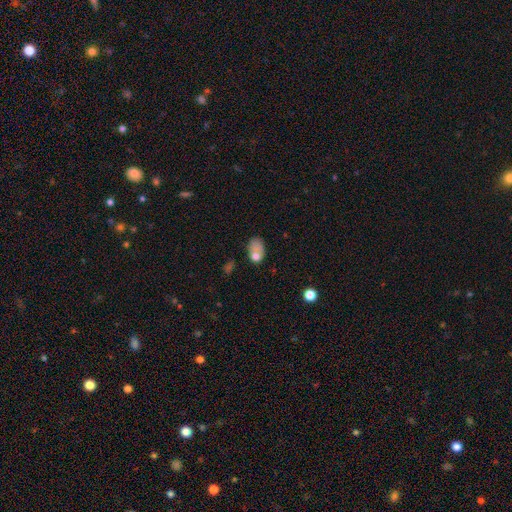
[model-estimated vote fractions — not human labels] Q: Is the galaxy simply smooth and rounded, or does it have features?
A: smooth — 71%.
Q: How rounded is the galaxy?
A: in between — 75%.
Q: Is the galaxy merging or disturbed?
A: none — 34%.